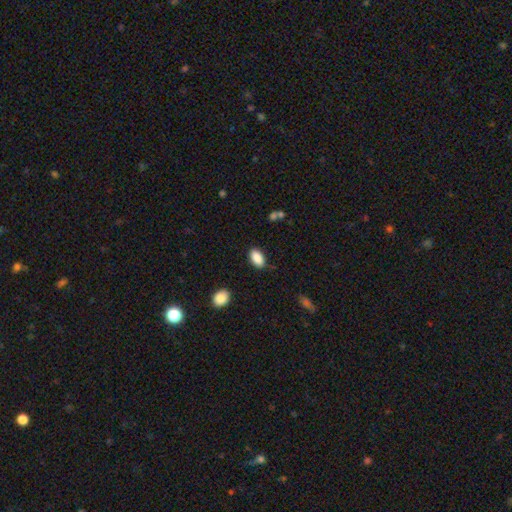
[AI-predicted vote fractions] Morphology: type=smooth (89%); roundness=in between (93%); merging=none (85%).